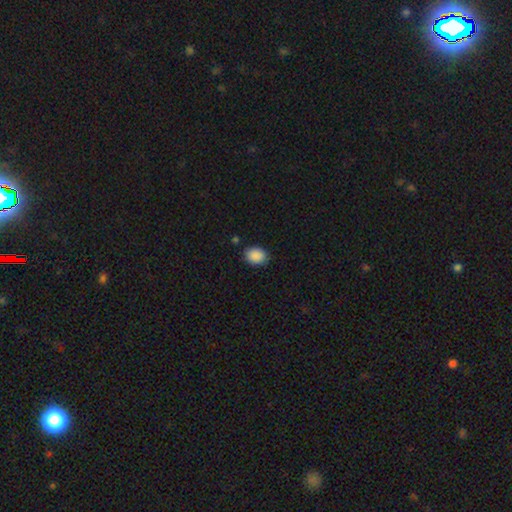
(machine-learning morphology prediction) This appears to be a smooth galaxy with no disk features (90%) that is in between round and cigar-shaped (61%). Merging: none (86%).